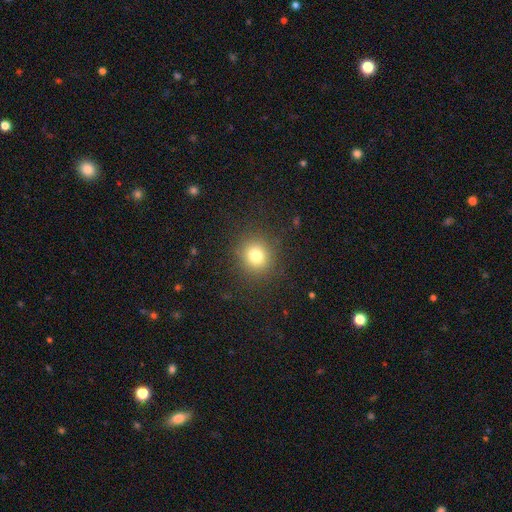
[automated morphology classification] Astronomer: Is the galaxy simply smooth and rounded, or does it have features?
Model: smooth — 78%.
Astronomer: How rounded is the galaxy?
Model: round — 87%.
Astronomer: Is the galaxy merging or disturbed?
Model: none — 88%.